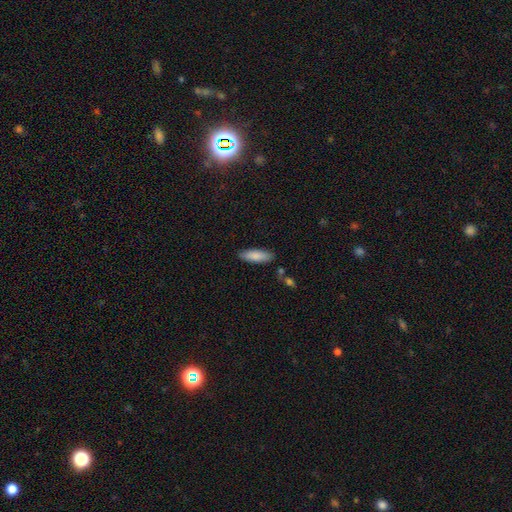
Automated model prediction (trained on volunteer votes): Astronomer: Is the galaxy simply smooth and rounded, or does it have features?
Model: smooth — 85%.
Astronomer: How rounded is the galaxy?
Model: in between — 54% (runner-up: cigar-shaped, 45%).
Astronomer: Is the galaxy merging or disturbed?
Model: none — 85%.